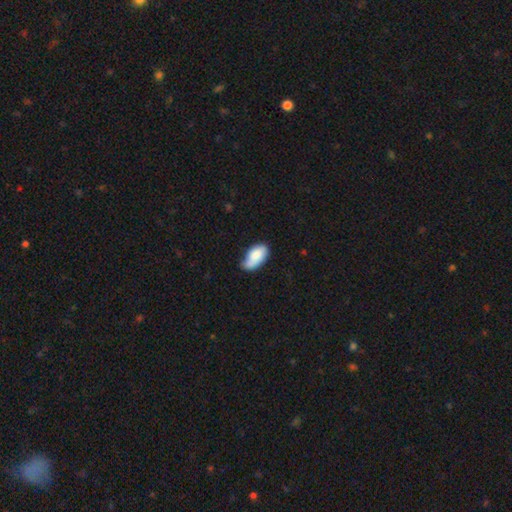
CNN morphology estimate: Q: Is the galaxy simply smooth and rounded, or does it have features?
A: smooth — 79%.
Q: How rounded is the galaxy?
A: in between — 95%.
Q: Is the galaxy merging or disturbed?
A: none — 44%.